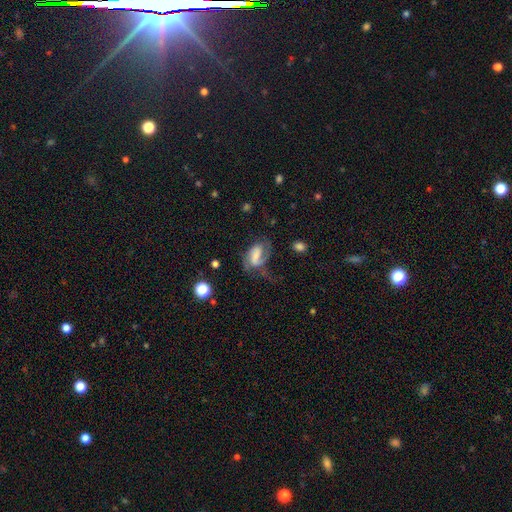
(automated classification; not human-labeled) smooth-or-featured: featured or disk: 65% | smooth: 26% | star or artifact: 9%
  disk-edge-on: no: 96% | yes: 4%
    bar: weak: 43% | no: 30% | strong: 26%
    has-spiral-arms: yes: 86% | no: 14%
      spiral-winding: medium: 45% | loose: 31% | tight: 23%
      spiral-arm-count: 2: 59% | 1: 26% | can't tell: 11% | 3: 3% | 4: 1% | more than 4: 1%
    bulge-size: small: 35% | moderate: 27% | none: 22% | large: 13% | dominant: 3%
  merging: major disturbance: 38% | none: 35% | minor disturbance: 22% | merger: 5%